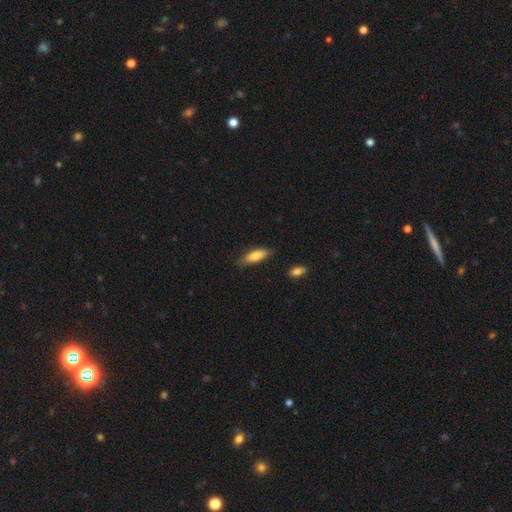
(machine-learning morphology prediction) smooth 82%, featured or disk 12%, star or artifact 6%. Down the decision tree: how rounded — in between (60%); merging — none (80%).